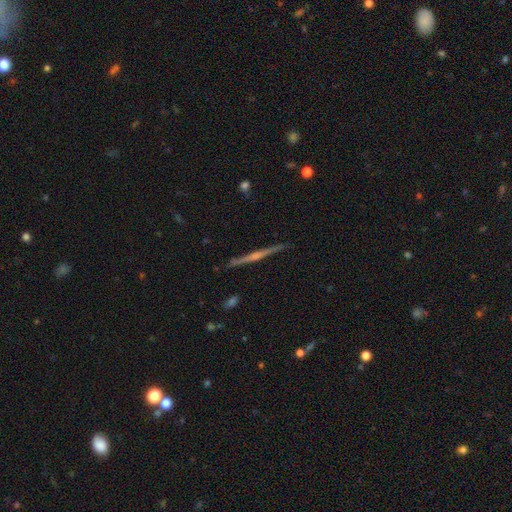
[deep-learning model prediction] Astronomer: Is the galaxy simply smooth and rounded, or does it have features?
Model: featured or disk — 68%.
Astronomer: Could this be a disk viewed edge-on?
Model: yes — 95%.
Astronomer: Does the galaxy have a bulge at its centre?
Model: rounded — 68%.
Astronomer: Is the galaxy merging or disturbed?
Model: none — 86%.